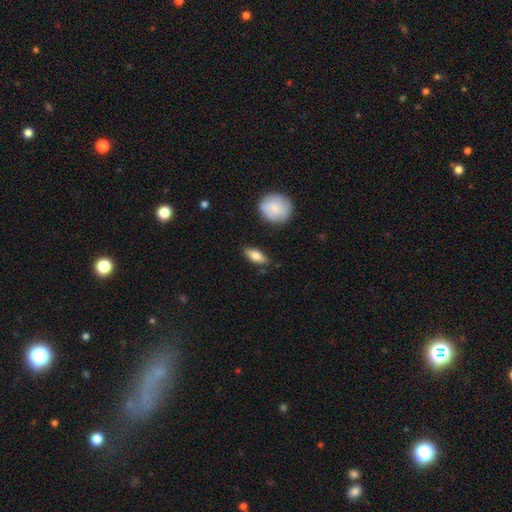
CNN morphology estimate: Overall: smooth (68%). How rounded: in between (71%). Merging: none (81%).